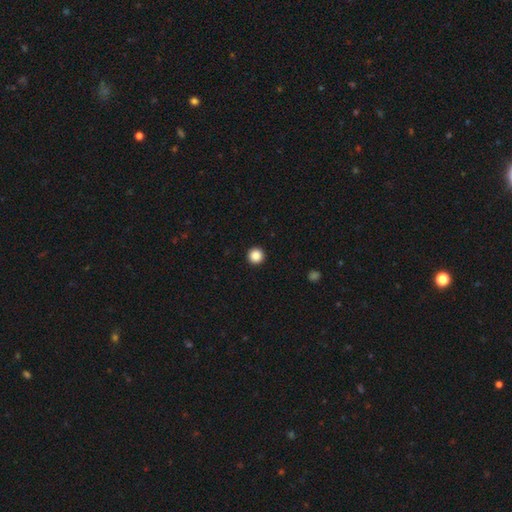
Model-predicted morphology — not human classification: smooth_or_featured: smooth (p=0.87) [alt: star or artifact p=0.10]
how_rounded: round (p=0.97) [alt: in between p=0.02]
merging: none (p=0.94) [alt: minor disturbance p=0.03]